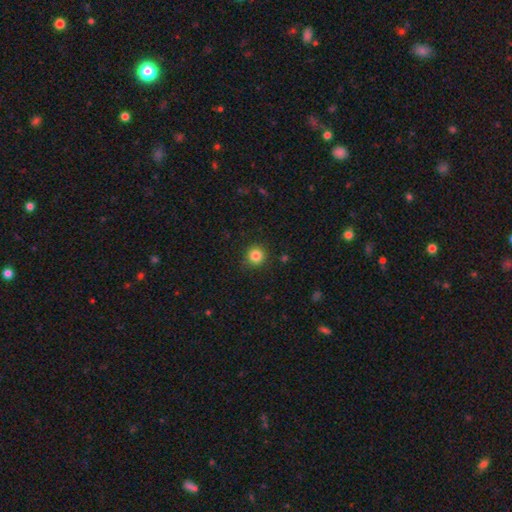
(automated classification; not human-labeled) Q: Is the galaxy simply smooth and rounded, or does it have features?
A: smooth — 84%.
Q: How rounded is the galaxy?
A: round — 94%.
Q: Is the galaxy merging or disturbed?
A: none — 90%.